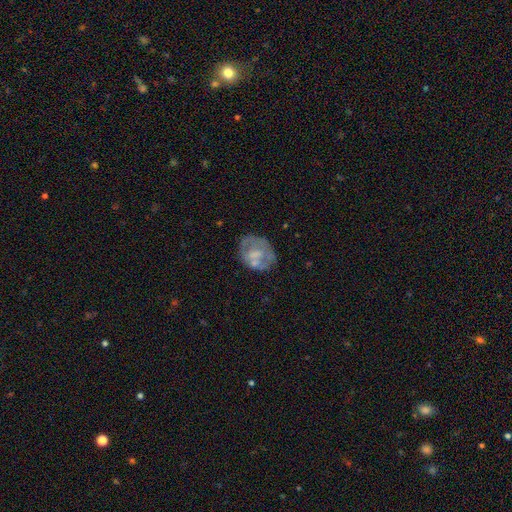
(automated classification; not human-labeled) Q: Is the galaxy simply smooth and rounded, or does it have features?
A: featured or disk — 50%.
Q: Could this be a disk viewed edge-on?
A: no — 97%.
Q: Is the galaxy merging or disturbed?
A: none — 53%.